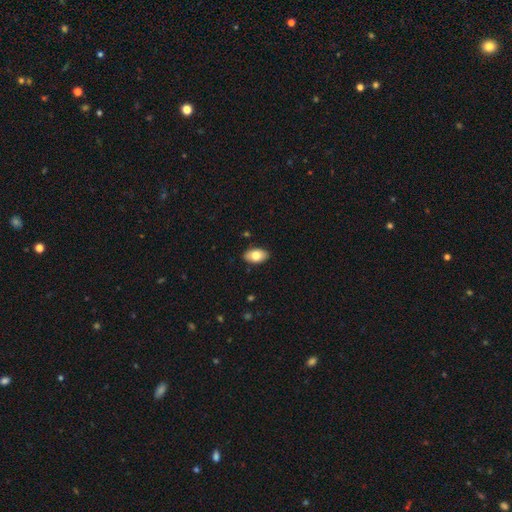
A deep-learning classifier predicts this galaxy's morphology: Q: Smooth or featured?
A: smooth (78%); runner-up: featured or disk (15%)
Q: How rounded?
A: in between (93%); runner-up: round (5%)
Q: Merging?
A: none (88%); runner-up: minor disturbance (9%)